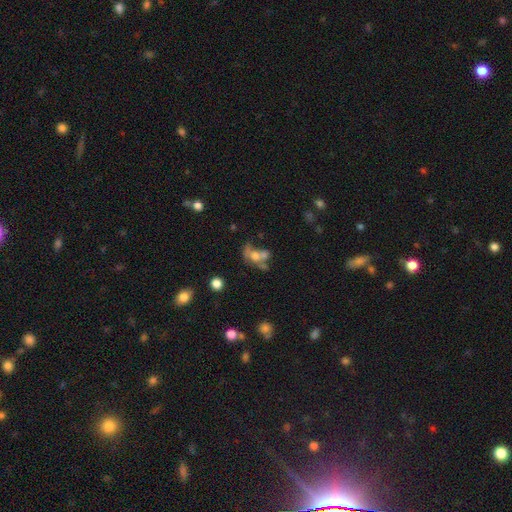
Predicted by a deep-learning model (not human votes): A smooth galaxy with no disk features (48%).

Vote fractions:
- Smooth or featured? smooth: 48% / featured or disk: 37% / star or artifact: 15%
- Merging? merger: 46% / none: 21% / major disturbance: 20% / minor disturbance: 13%